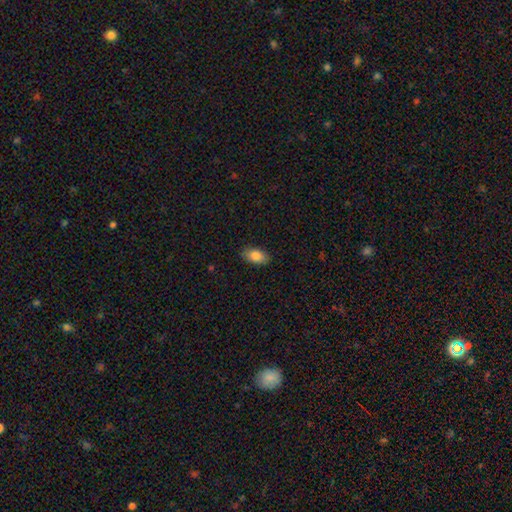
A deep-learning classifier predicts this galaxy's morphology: A smooth galaxy with no disk features (83%) that is in between round and cigar-shaped (92%).

Vote fractions:
- Smooth or featured? smooth: 83% / featured or disk: 9% / star or artifact: 7%
- How rounded? in between: 92% / round: 5% / cigar-shaped: 3%
- Merging? none: 88% / minor disturbance: 9% / major disturbance: 2% / merger: 1%